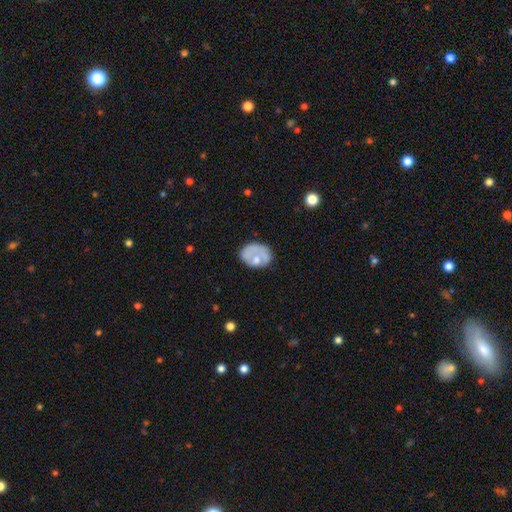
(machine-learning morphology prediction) Smooth or featured?
  - smooth: 54% *
  - featured or disk: 39%
  - star or artifact: 7%
How rounded?
  - in between: 61% *
  - round: 38%
  - cigar-shaped: 1%
Merging?
  - none: 45% *
  - minor disturbance: 27%
  - major disturbance: 22%
  - merger: 6%